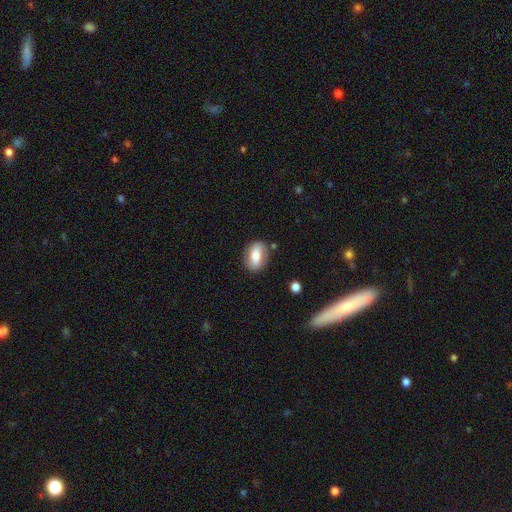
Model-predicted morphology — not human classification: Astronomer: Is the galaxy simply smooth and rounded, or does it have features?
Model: smooth — 62%.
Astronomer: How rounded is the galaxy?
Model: in between — 79%.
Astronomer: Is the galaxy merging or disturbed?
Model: none — 79%.